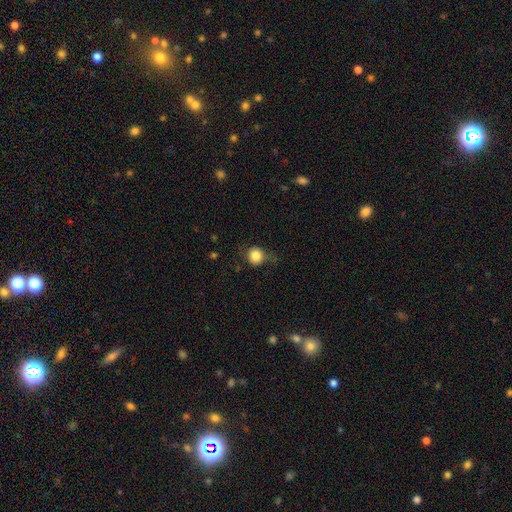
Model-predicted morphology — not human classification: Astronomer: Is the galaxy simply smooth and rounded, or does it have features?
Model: smooth — 82%.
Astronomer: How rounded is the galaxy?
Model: round — 87%.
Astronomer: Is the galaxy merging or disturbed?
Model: none — 68%.